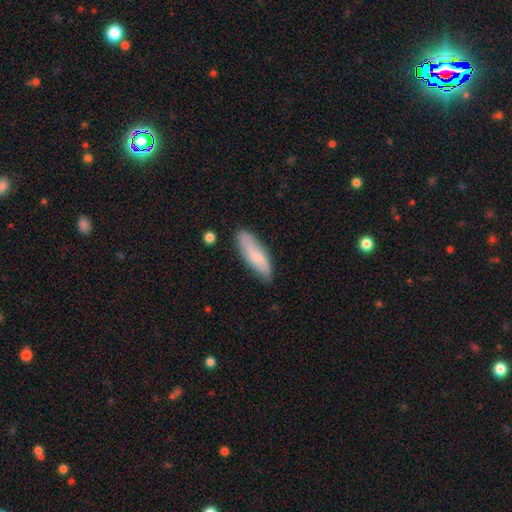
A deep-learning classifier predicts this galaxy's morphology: Overall: smooth (71%). How rounded: in between (51%; cigar-shaped 47%). Merging: none (79%).